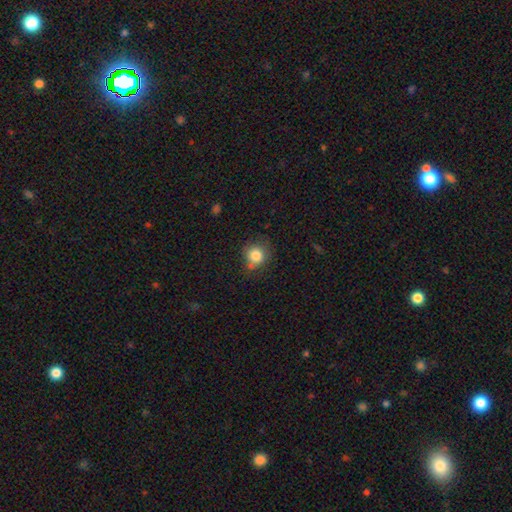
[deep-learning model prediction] A smooth galaxy with no disk features (82%) that is round (81%).

Vote fractions:
- Smooth or featured? smooth: 82% / star or artifact: 11% / featured or disk: 8%
- How rounded? round: 81% / in between: 18% / cigar-shaped: 1%
- Merging? none: 64% / minor disturbance: 25% / major disturbance: 6% / merger: 5%